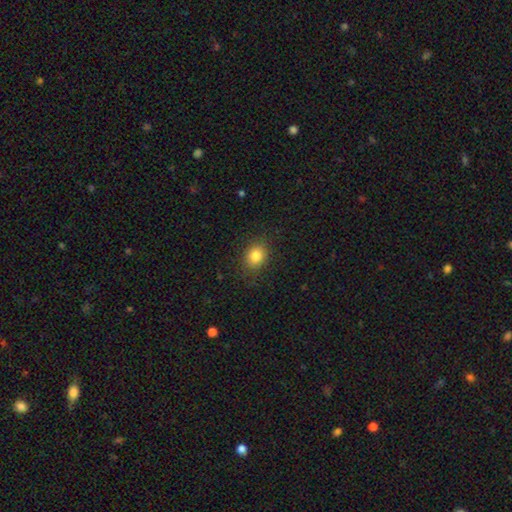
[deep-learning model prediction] The model was most divided on "how rounded": in between: 53%, round: 46%, cigar-shaped: 1%. More confident: merging — none (84%); smooth or featured — smooth (82%).